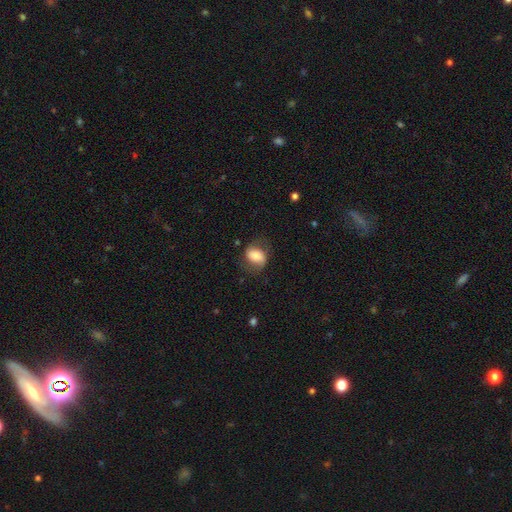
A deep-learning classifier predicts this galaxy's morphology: A smooth galaxy with no disk features (63%) that is in between round and cigar-shaped (72%). Merging: none (62%).